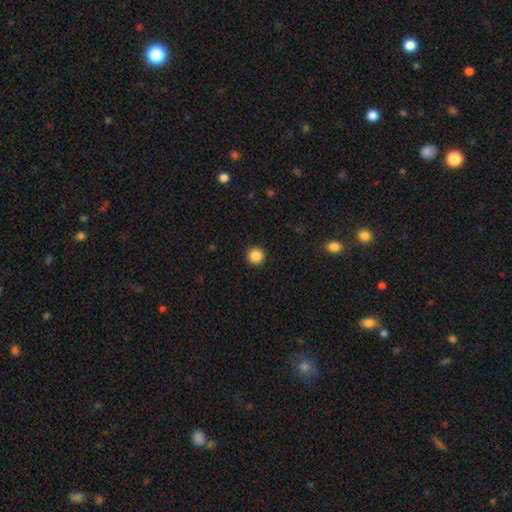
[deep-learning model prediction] Overall: smooth (86%). How rounded: round (96%). Merging: none (93%).